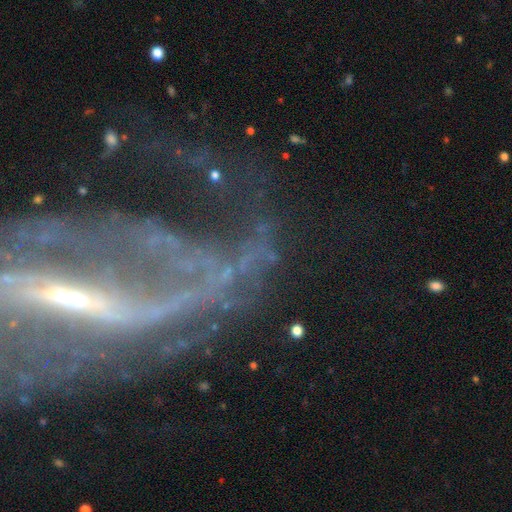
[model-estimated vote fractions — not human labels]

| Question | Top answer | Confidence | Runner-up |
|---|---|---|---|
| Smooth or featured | featured or disk | 66% | star or artifact (22%) |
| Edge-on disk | no | 91% | yes (9%) |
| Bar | no | 47% | strong (28%) |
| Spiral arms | yes | 56% | no (44%) |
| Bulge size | small | 38% | none (33%) |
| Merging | major disturbance | 41% | none (35%) |